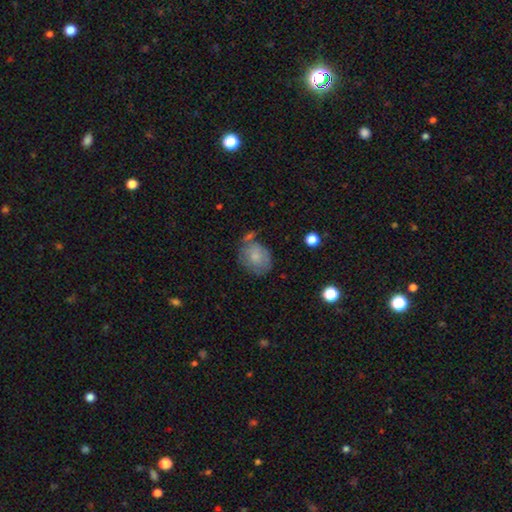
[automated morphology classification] This is likely a smooth galaxy (72%). How rounded: possibly round (51%). Merging: possibly none (51%).